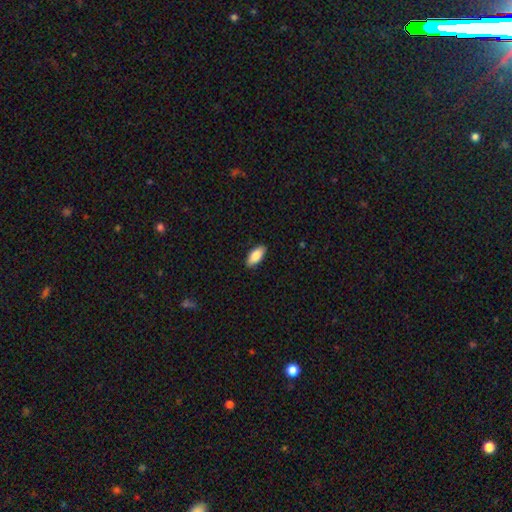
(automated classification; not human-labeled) smooth_or_featured: smooth (p=0.86) [alt: featured or disk p=0.07]
how_rounded: in between (p=0.88) [alt: cigar-shaped p=0.10]
merging: none (p=0.89) [alt: minor disturbance p=0.09]